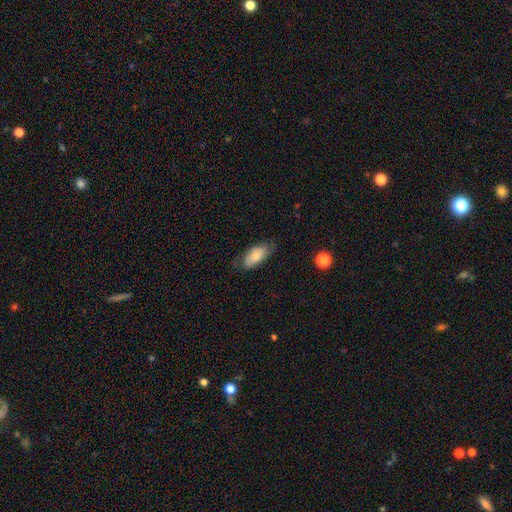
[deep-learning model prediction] The model was most divided on "merging": none: 67%, minor disturbance: 26%, major disturbance: 6%, merger: 1%. More confident: how rounded — in between (89%); smooth or featured — smooth (76%).